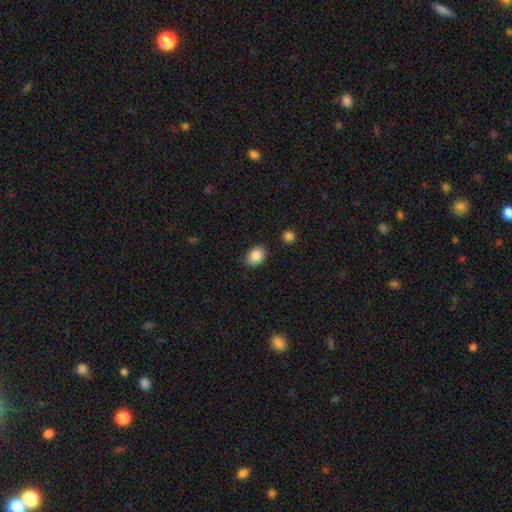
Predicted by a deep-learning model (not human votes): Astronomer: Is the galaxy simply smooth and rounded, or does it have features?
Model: smooth — 88%.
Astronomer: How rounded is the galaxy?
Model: in between — 71%.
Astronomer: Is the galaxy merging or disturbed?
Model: none — 85%.